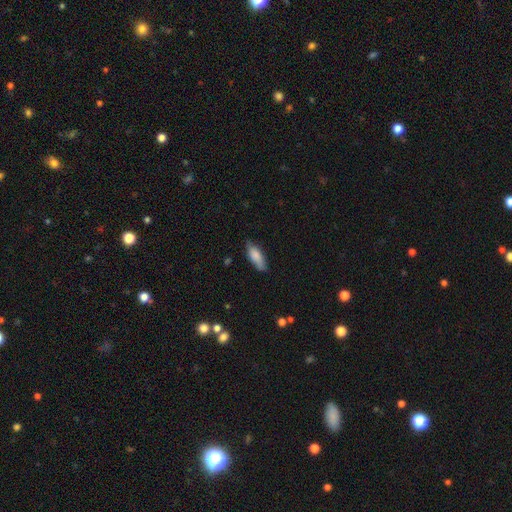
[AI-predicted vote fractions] Smooth or featured? Predicted: smooth (p=0.80). How rounded? Predicted: in between (p=0.68). Merging? Predicted: none (p=0.75).